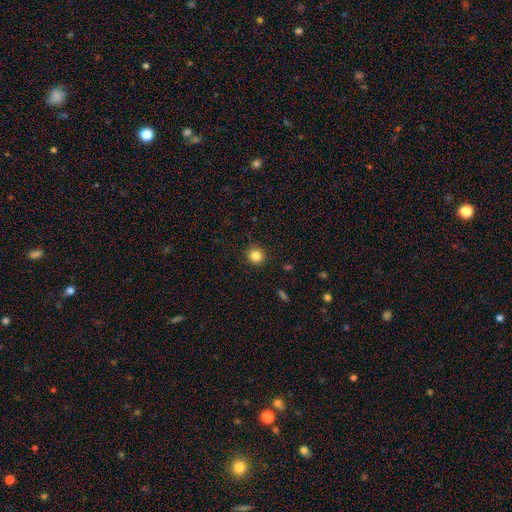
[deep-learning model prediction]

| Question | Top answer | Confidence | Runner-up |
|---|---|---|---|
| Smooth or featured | smooth | 83% | star or artifact (11%) |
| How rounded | round | 91% | in between (8%) |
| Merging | none | 92% | minor disturbance (6%) |